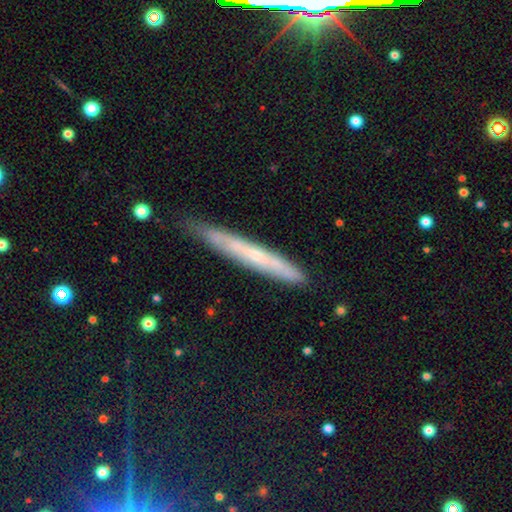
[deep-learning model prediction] This is possibly a featured or disk galaxy (55%). It is clearly viewed edge-on (84%). Merging: likely none (74%).